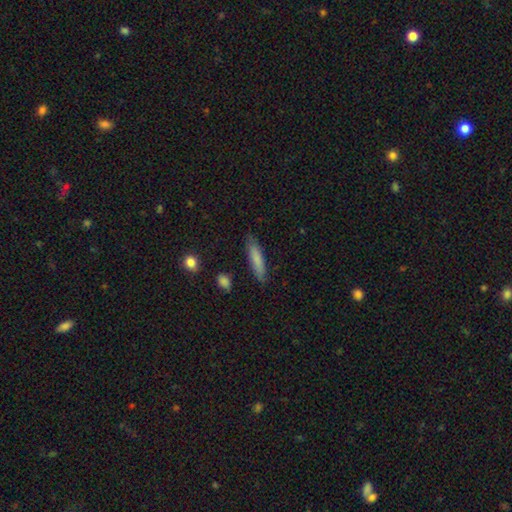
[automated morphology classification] A smooth galaxy with no disk features (74%) that is cigar-shaped (86%).

Vote fractions:
- Smooth or featured? smooth: 74% / featured or disk: 18% / star or artifact: 7%
- How rounded? cigar-shaped: 86% / in between: 12% / round: 2%
- Merging? none: 86% / minor disturbance: 10% / major disturbance: 2% / merger: 2%